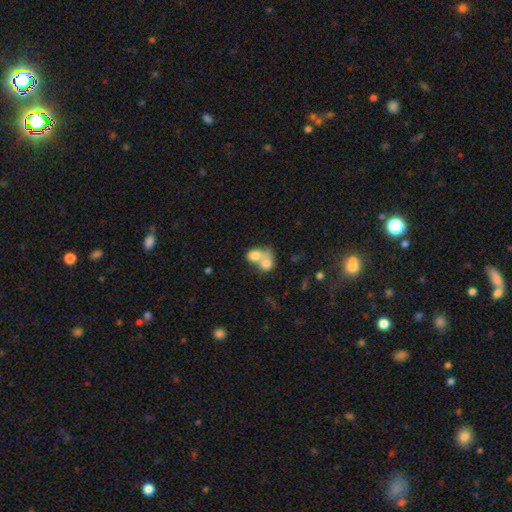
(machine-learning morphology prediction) Smooth or featured? smooth (73%)
How rounded? round (56%)
Merging? merger (73%)